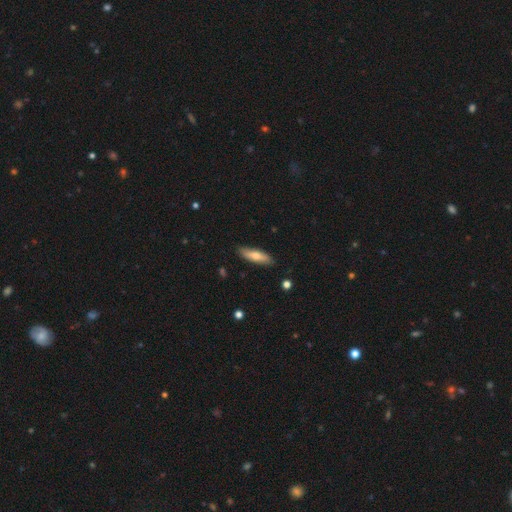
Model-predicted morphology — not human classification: type=smooth (63%); roundness=cigar-shaped (57%); merging=none (87%).